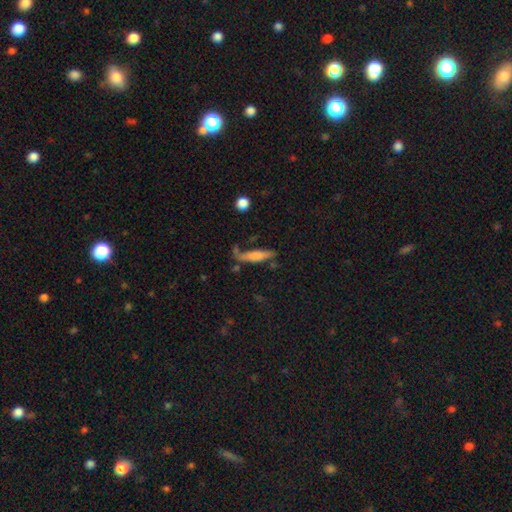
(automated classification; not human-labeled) A smooth galaxy with no disk features (63%) that is cigar-shaped (76%).

Vote fractions:
- Smooth or featured? smooth: 63% / featured or disk: 30% / star or artifact: 7%
- How rounded? cigar-shaped: 76% / in between: 22% / round: 2%
- Merging? none: 54% / minor disturbance: 23% / major disturbance: 12% / merger: 11%